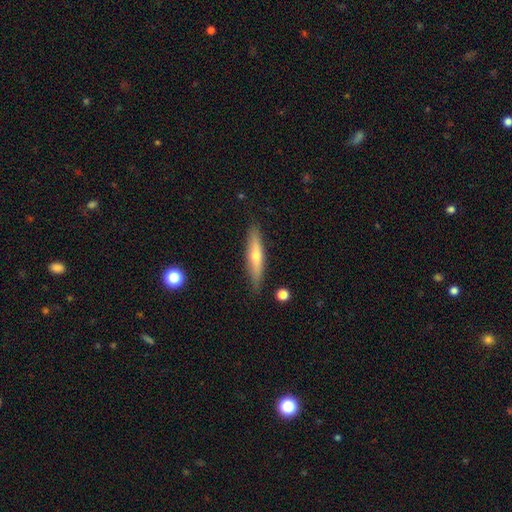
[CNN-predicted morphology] Q: Smooth or featured?
A: featured or disk (50%); runner-up: smooth (43%)
Q: Merging?
A: none (87%); runner-up: minor disturbance (10%)